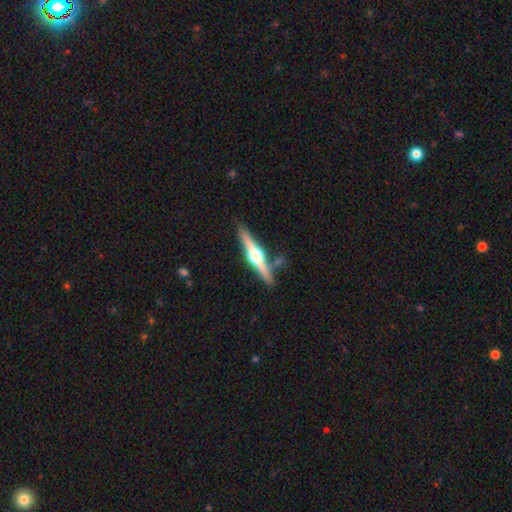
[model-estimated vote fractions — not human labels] Q: Smooth or featured?
A: featured or disk (79%); runner-up: smooth (16%)
Q: Edge-on disk?
A: yes (98%); runner-up: no (2%)
Q: Edge-on bulge?
A: rounded (96%); runner-up: boxy (2%)
Q: Merging?
A: none (83%); runner-up: minor disturbance (10%)